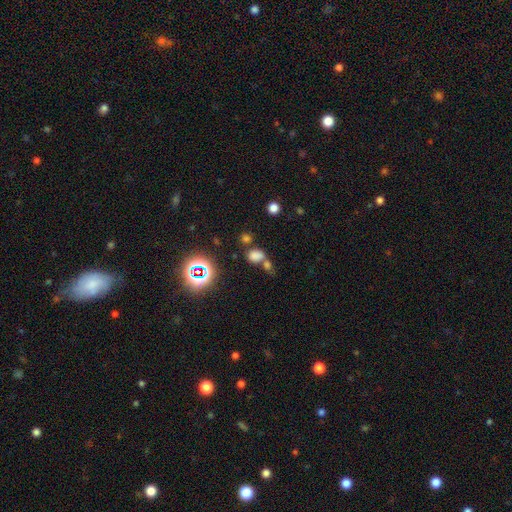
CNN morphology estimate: Smooth or featured? smooth (68%)
How rounded? in between (59%)
Merging? none (47%)